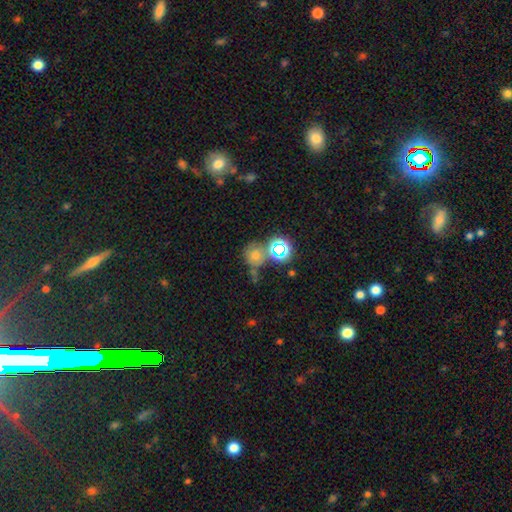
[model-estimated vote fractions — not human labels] Smooth or featured? Predicted: smooth (p=0.47). Merging? Predicted: none (p=0.56).